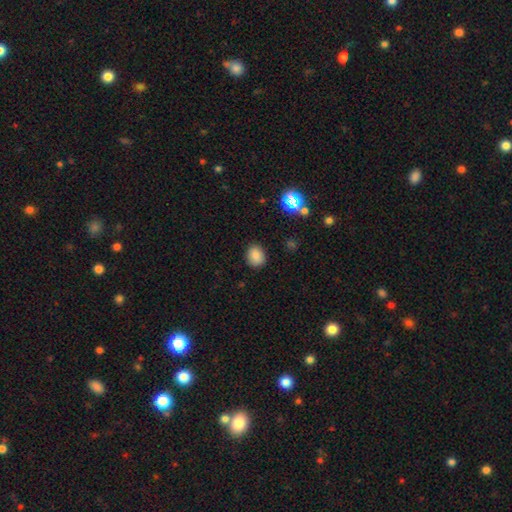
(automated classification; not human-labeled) Smooth or featured: smooth — 82% (star or artifact — 12%)
How rounded: round — 60% (in between — 39%)
Merging: none — 87% (minor disturbance — 9%)